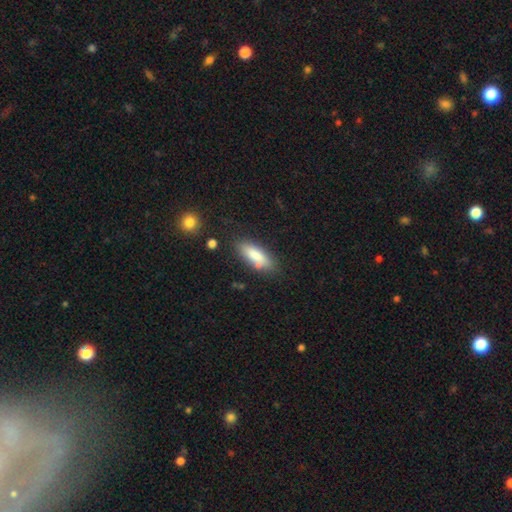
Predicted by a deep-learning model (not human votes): Smooth or featured?
  - smooth: 81% *
  - featured or disk: 13%
  - star or artifact: 7%
How rounded?
  - in between: 61% *
  - cigar-shaped: 37%
  - round: 2%
Merging?
  - none: 73% *
  - minor disturbance: 17%
  - merger: 6%
  - major disturbance: 4%